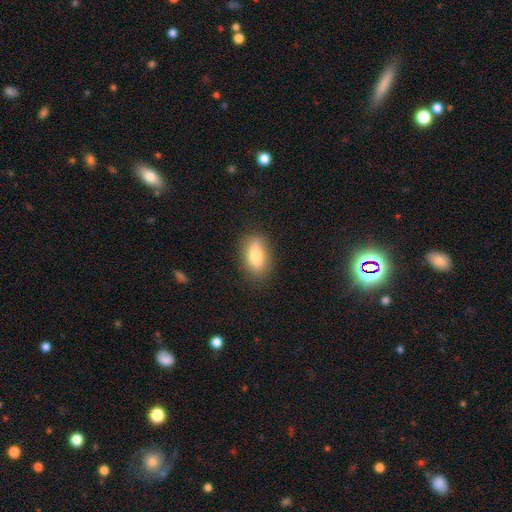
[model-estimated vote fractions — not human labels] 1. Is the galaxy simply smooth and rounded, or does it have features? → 79% smooth, 12% featured or disk, 9% star or artifact.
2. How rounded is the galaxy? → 87% in between, 7% round, 6% cigar-shaped.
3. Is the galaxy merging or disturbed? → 84% none, 12% minor disturbance, 3% major disturbance, 1% merger.